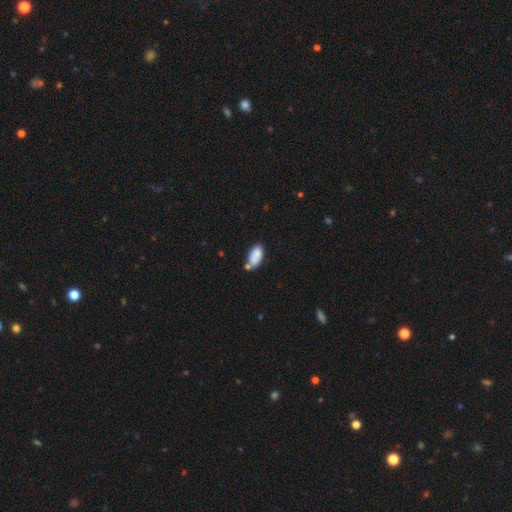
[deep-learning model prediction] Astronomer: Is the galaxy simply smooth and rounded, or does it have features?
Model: smooth — 83%.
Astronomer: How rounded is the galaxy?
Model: in between — 93%.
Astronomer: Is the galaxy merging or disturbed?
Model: none — 54%.